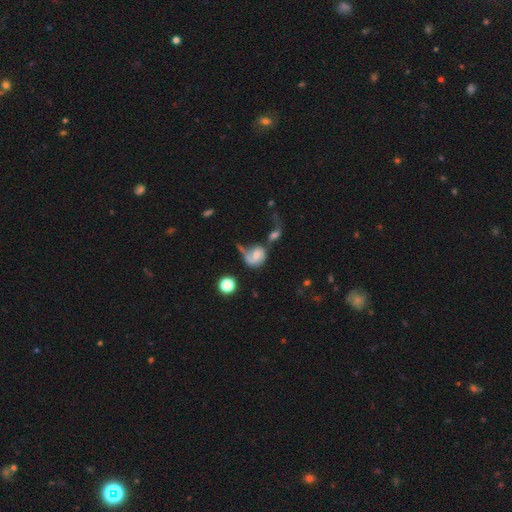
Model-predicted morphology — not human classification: smooth_or_featured: featured or disk (p=0.47) [alt: smooth p=0.43]
merging: merger (p=0.32) [tied with: major disturbance p=0.32]